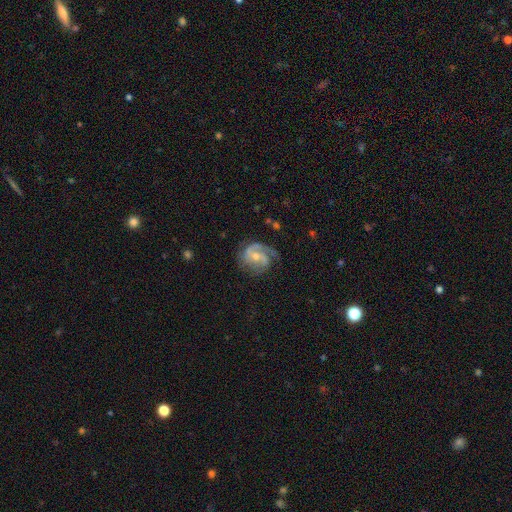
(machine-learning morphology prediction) This is clearly a featured or disk galaxy (83%). It is clearly not viewed edge-on (98%). Bar: possibly no (51%). Spiral arm pattern: clearly yes (95%). Spiral arm count: possibly 2 (52%). Spiral winding: marginally medium (45%). Central bulge: possibly moderate (48%). Merging: likely none (60%).